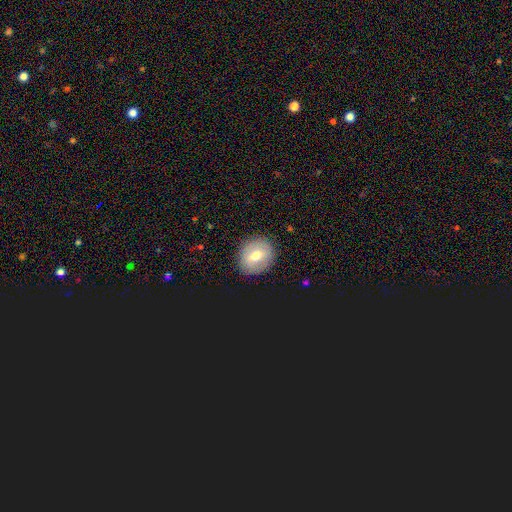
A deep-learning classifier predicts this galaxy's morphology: This is possibly a smooth galaxy (60%). How rounded: likely round (78%). Merging: clearly none (88%).